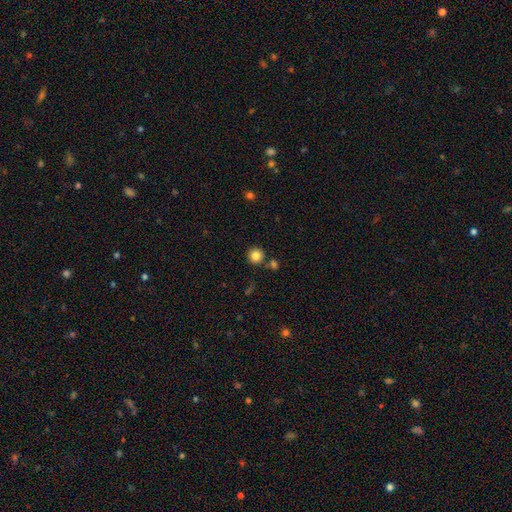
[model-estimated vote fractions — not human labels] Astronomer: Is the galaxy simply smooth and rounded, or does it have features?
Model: smooth — 84%.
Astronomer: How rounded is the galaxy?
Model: round — 94%.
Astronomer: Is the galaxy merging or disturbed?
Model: none — 82%.